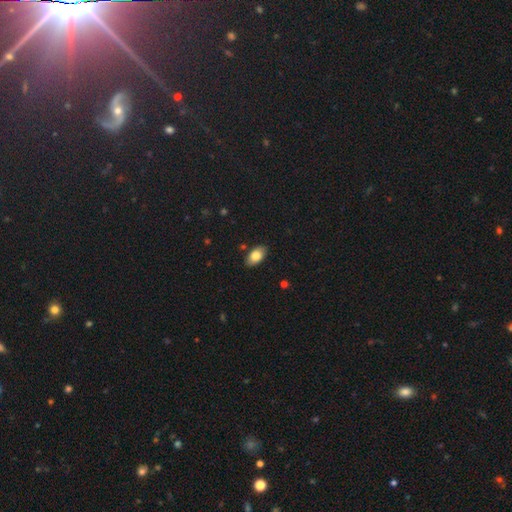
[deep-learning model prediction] Smooth or featured: smooth — 82% (featured or disk — 11%)
How rounded: in between — 93% (round — 5%)
Merging: none — 86% (minor disturbance — 10%)